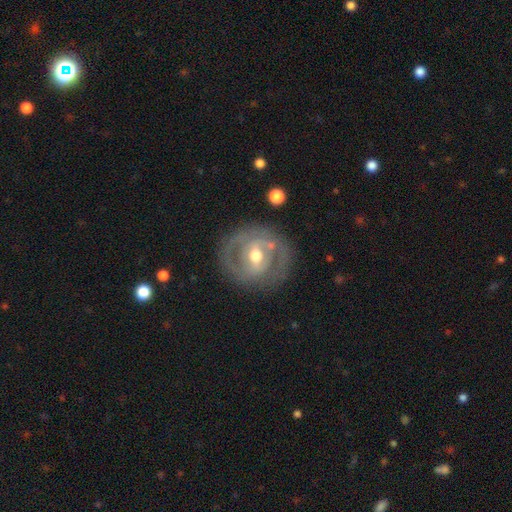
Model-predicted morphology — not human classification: Smooth or featured? featured or disk (74%)
Edge-on disk? no (96%)
Bar? weak (44%)
Spiral arms? yes (55%)
Bulge size? moderate (75%)
Merging? none (74%)